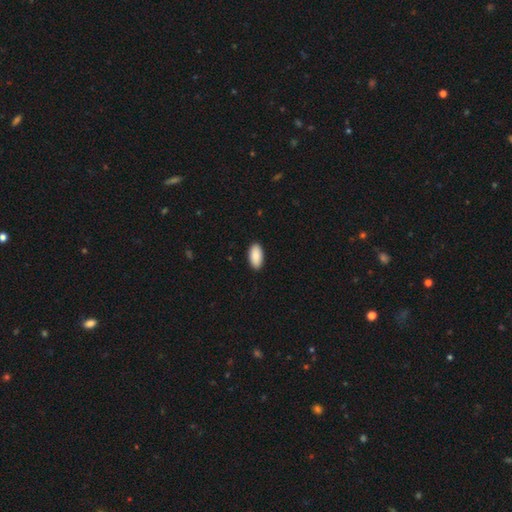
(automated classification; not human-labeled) smooth_or_featured: smooth (p=0.89) [alt: star or artifact p=0.06]
how_rounded: in between (p=0.95) [alt: cigar-shaped p=0.03]
merging: none (p=0.90) [alt: minor disturbance p=0.07]